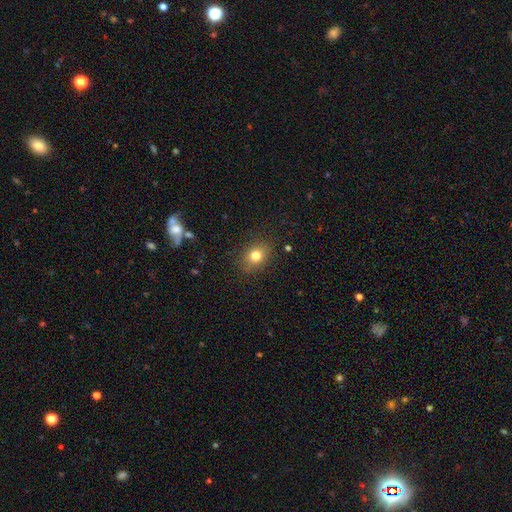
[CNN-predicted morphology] smooth_or_featured: smooth (p=0.77) [alt: star or artifact p=0.13]
how_rounded: in between (p=0.51) [alt: round p=0.48]
merging: none (p=0.86) [alt: minor disturbance p=0.10]